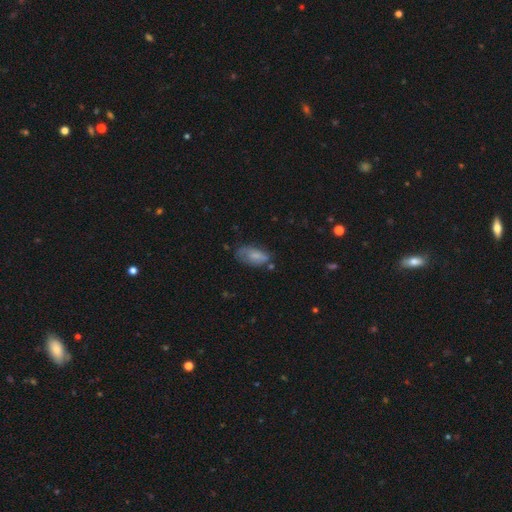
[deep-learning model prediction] smooth 70%, featured or disk 22%, star or artifact 8%. Down the decision tree: how rounded — in between (88%); merging — none (48%).